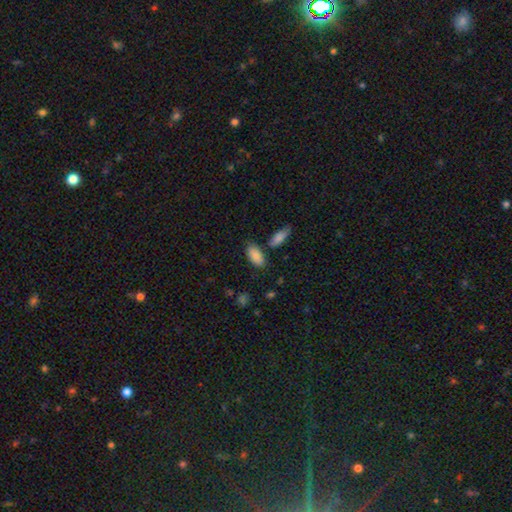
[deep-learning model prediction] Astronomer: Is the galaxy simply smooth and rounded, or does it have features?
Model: smooth — 86%.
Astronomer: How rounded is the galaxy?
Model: in between — 93%.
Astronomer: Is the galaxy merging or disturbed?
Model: none — 74%.